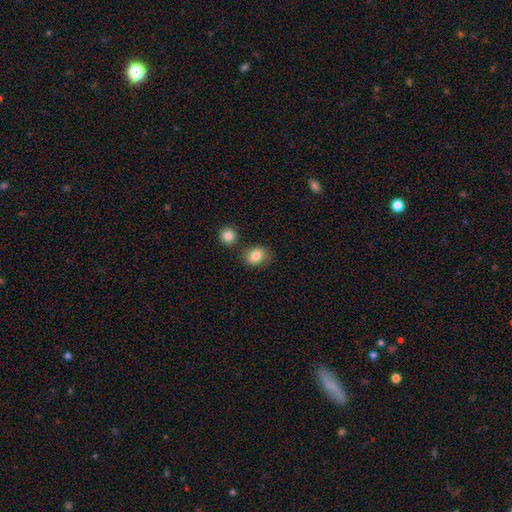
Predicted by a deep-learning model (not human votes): smooth-or-featured: smooth: 85% | star or artifact: 9% | featured or disk: 6%
  how-rounded: in between: 55% | round: 44% | cigar-shaped: 1%
  merging: none: 75% | minor disturbance: 13% | merger: 9% | major disturbance: 3%